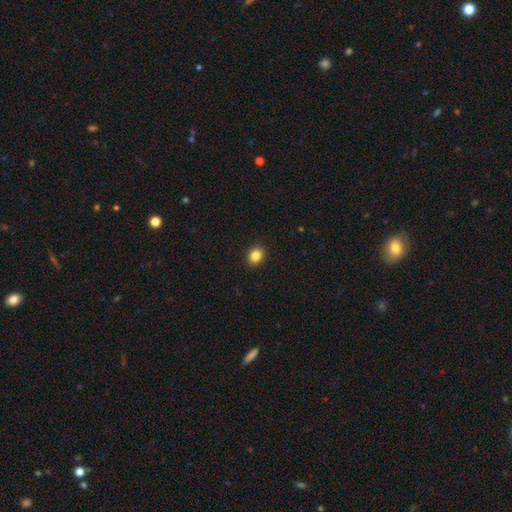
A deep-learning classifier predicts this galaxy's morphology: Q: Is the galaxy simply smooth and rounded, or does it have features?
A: smooth — 85%.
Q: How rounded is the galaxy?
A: round — 65%.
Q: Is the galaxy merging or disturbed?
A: none — 91%.